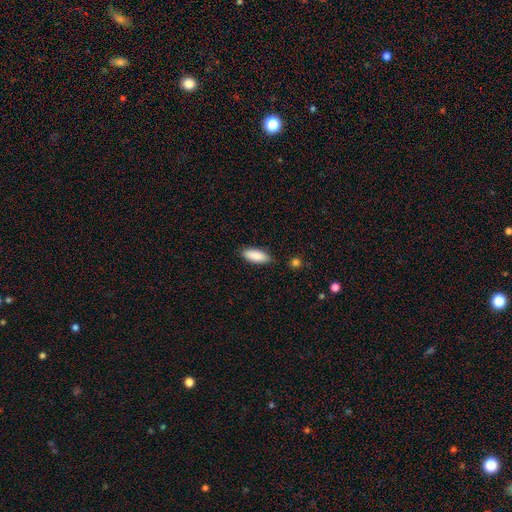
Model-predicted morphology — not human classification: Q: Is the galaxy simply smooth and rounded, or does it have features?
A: smooth — 88%.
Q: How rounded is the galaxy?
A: in between — 78%.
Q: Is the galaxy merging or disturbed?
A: none — 84%.